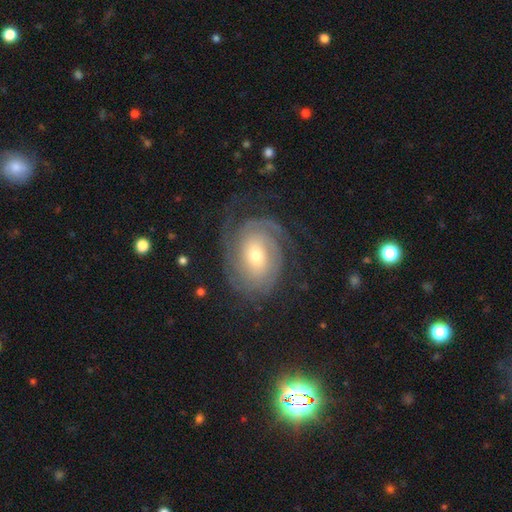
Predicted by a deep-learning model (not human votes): A featured or disk galaxy (86%) with no bar (62%), 2 (43%) tight (68%) spiral arms (96%) and a small central bulge (50%).

Vote fractions:
- Smooth or featured? featured or disk: 86% / smooth: 8% / star or artifact: 6%
- Edge-on disk? no: 97% / yes: 3%
- Bar? no: 62% / weak: 29% / strong: 10%
- Spiral arms? yes: 96% / no: 4%
- Spiral winding? tight: 68% / medium: 25% / loose: 7%
- Spiral arm count? 2: 43% / can't tell: 23% / 3: 16% / 4: 7% / 1: 6% / more than 4: 5%
- Bulge size? small: 50% / moderate: 45% / large: 4% / dominant: 1% / none: 1%
- Merging? none: 71% / minor disturbance: 16% / major disturbance: 12% / merger: 1%